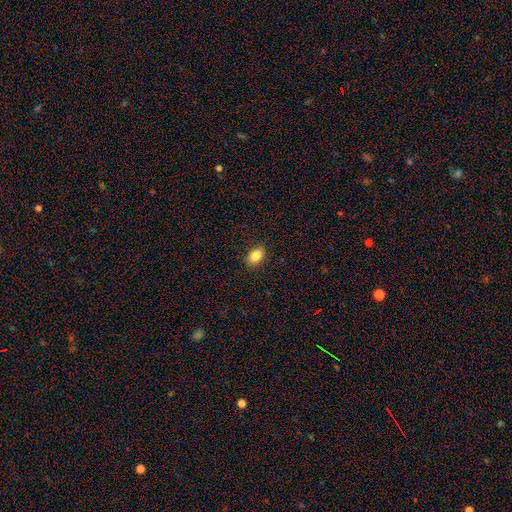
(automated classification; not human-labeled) Q: Smooth or featured?
A: smooth (85%); runner-up: star or artifact (9%)
Q: How rounded?
A: in between (83%); runner-up: round (15%)
Q: Merging?
A: none (87%); runner-up: minor disturbance (10%)